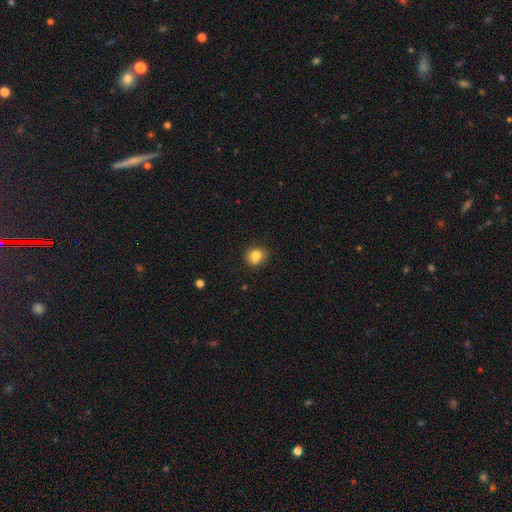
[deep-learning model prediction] smooth_or_featured: smooth (p=0.80) [alt: star or artifact p=0.11]
how_rounded: round (p=0.75) [alt: in between p=0.24]
merging: none (p=0.71) [alt: minor disturbance p=0.17]